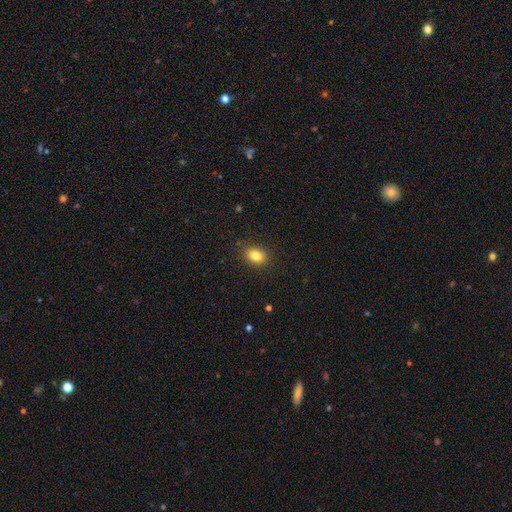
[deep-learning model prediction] smooth-or-featured: smooth: 83% | star or artifact: 10% | featured or disk: 7%
  how-rounded: in between: 64% | round: 35% | cigar-shaped: 1%
  merging: none: 87% | minor disturbance: 10% | major disturbance: 2% | merger: 1%